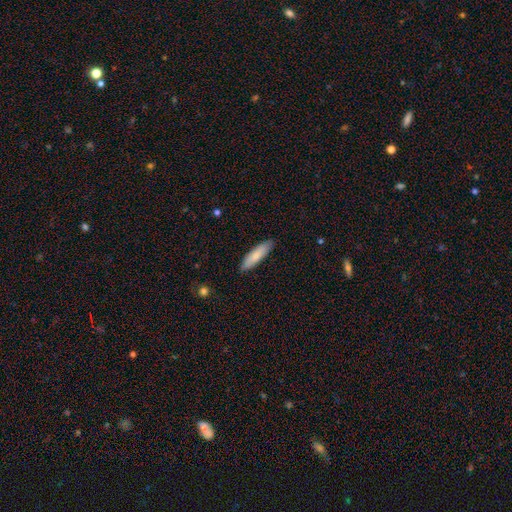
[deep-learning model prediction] Smooth or featured: smooth — 80% (featured or disk — 14%)
How rounded: cigar-shaped — 67% (in between — 31%)
Merging: none — 87% (minor disturbance — 10%)